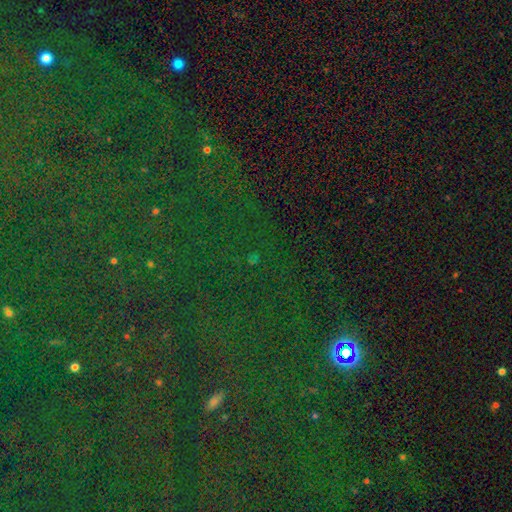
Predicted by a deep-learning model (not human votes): Smooth or featured?
  - star or artifact: 82% *
  - smooth: 11%
  - featured or disk: 7%